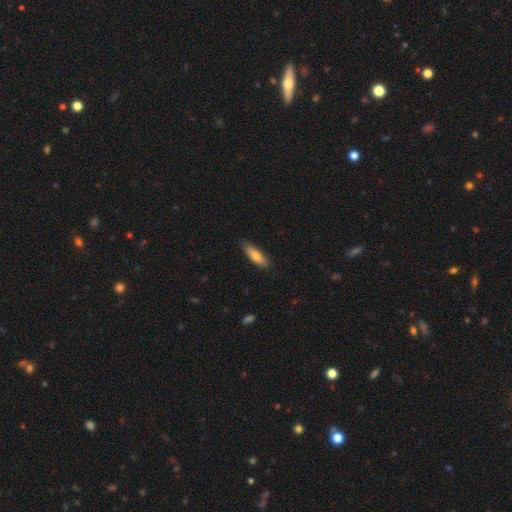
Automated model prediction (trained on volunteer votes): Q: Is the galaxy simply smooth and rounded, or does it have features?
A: smooth — 77%.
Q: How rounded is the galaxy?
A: cigar-shaped — 51%.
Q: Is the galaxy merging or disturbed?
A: none — 83%.